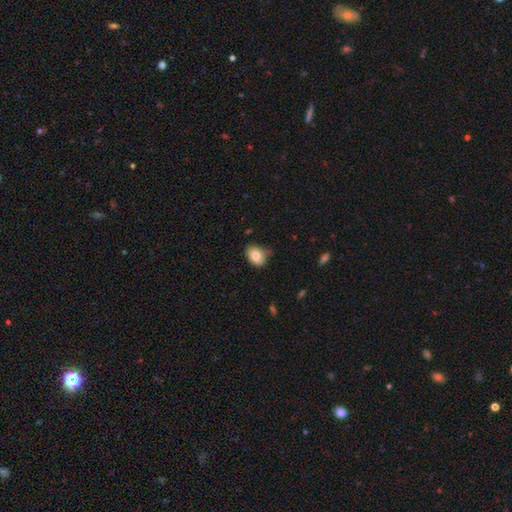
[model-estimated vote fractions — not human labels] The model was most divided on "merging": none: 65%, minor disturbance: 28%, major disturbance: 5%, merger: 2%. More confident: smooth or featured — smooth (79%); how rounded — in between (68%).